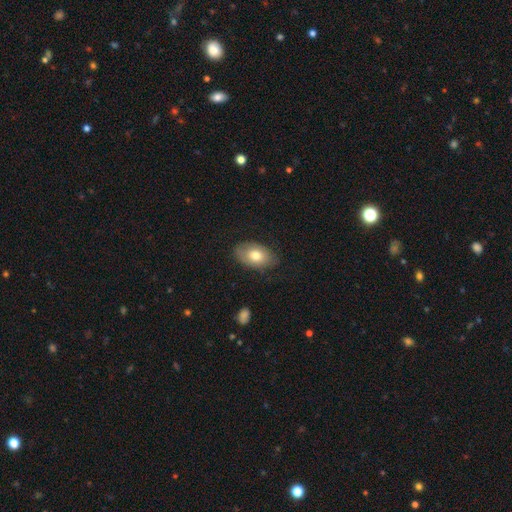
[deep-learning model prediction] smooth-or-featured: smooth: 72% | featured or disk: 22% | star or artifact: 7%
  how-rounded: in between: 90% | round: 8% | cigar-shaped: 1%
  merging: none: 76% | minor disturbance: 19% | major disturbance: 4% | merger: 1%